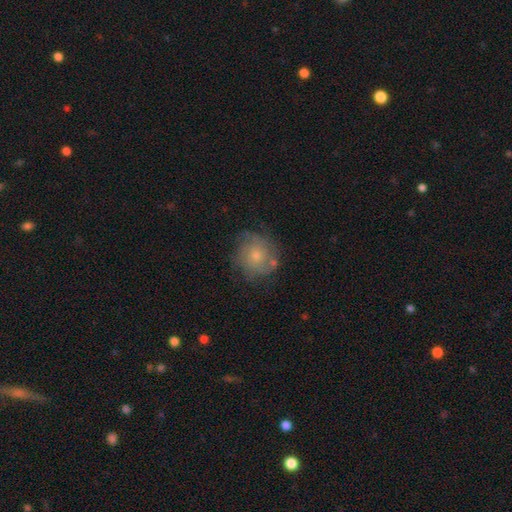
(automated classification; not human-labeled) The model was most divided on "smooth or featured": featured or disk: 46%, smooth: 44%, star or artifact: 10%. More confident: merging — none (68%).